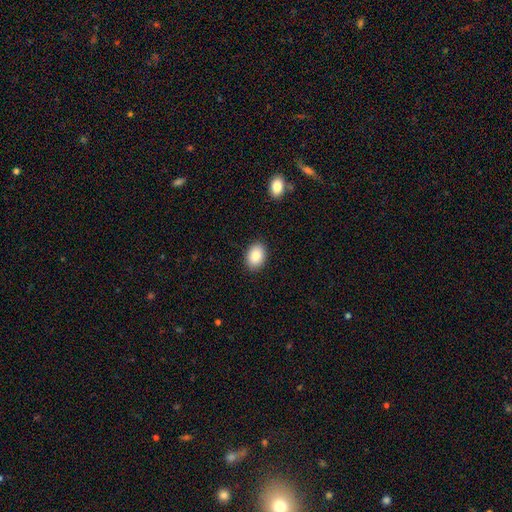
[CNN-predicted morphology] Smooth or featured: smooth — 87% (star or artifact — 7%)
How rounded: in between — 82% (round — 17%)
Merging: none — 89% (minor disturbance — 8%)